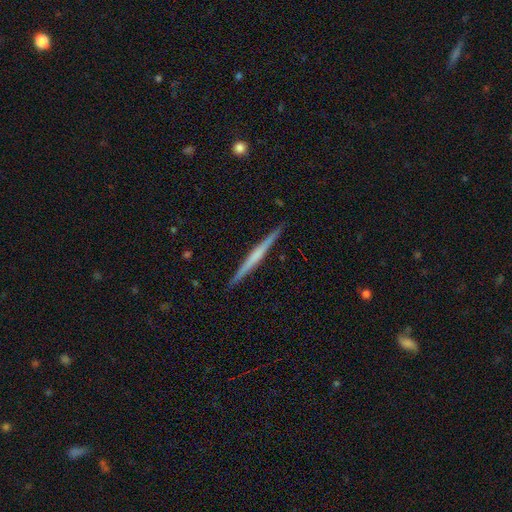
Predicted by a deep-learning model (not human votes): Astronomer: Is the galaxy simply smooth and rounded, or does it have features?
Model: featured or disk — 62%.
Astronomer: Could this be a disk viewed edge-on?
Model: yes — 98%.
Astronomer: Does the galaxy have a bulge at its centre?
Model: none — 66%.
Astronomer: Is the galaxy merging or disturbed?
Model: none — 92%.